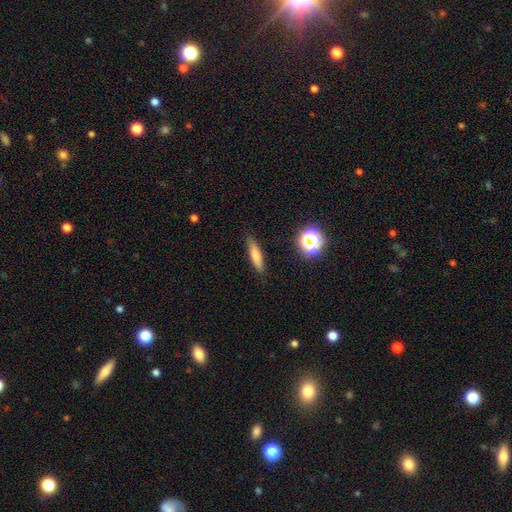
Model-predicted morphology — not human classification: Smooth or featured?
  - smooth: 74% *
  - featured or disk: 15%
  - star or artifact: 11%
How rounded?
  - cigar-shaped: 75% *
  - in between: 22%
  - round: 3%
Merging?
  - none: 86% *
  - minor disturbance: 10%
  - major disturbance: 3%
  - merger: 2%